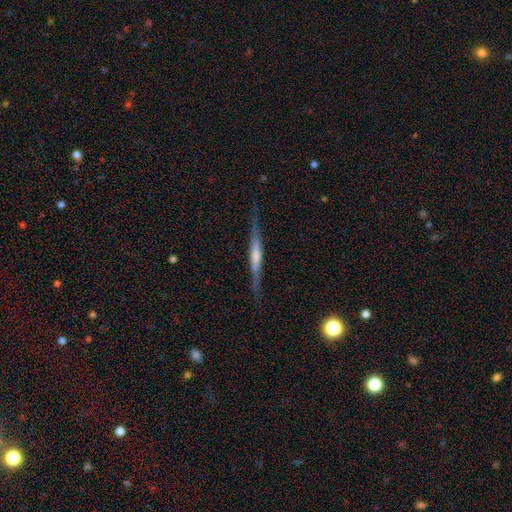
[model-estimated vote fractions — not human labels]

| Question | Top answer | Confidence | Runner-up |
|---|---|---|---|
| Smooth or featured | featured or disk | 76% | smooth (17%) |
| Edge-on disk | yes | 97% | no (3%) |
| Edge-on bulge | rounded | 56% | none (28%) |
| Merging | none | 87% | minor disturbance (9%) |